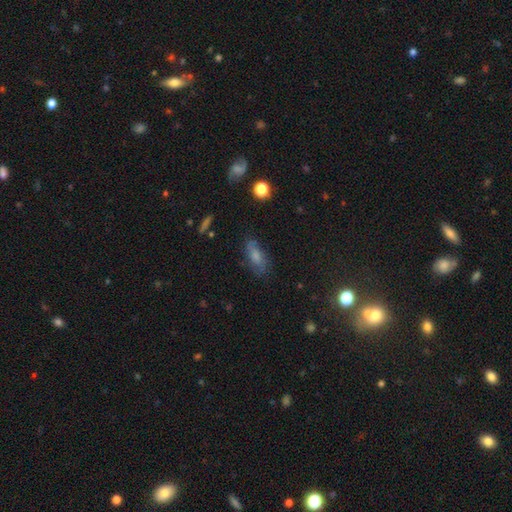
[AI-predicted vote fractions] This appears to be a smooth galaxy with no disk features (59%) that is in between round and cigar-shaped (77%). Merging: none (72%).